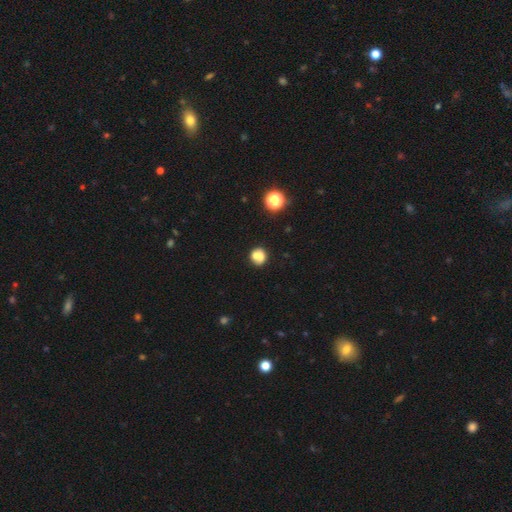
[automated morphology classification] Smooth or featured? smooth (72%)
How rounded? round (76%)
Merging? none (45%)